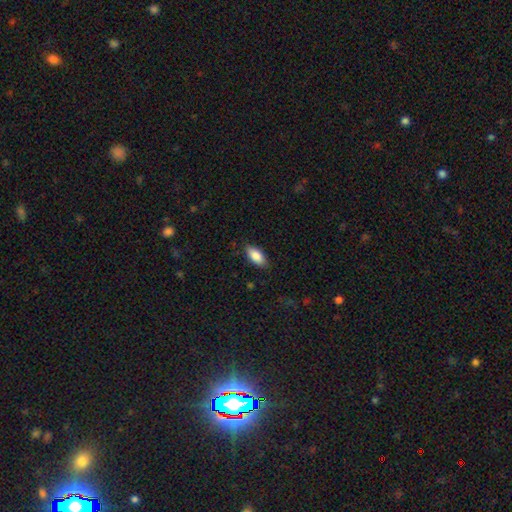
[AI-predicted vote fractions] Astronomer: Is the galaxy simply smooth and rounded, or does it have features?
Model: smooth — 85%.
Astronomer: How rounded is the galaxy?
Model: in between — 90%.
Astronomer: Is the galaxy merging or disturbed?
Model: none — 85%.